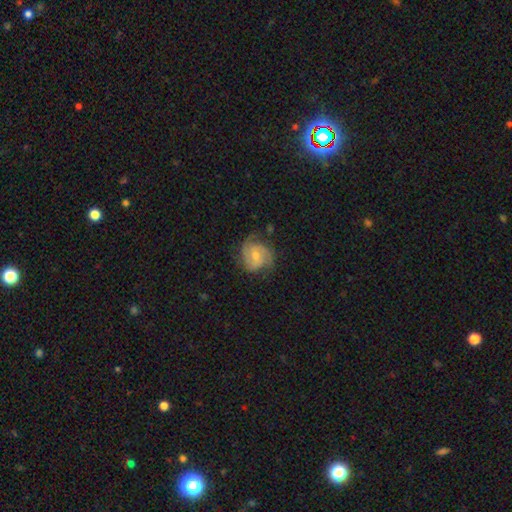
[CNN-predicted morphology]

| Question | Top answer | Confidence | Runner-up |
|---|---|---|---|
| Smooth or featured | featured or disk | 67% | smooth (26%) |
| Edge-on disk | no | 98% | yes (2%) |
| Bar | no | 47% | weak (44%) |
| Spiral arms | yes | 91% | no (9%) |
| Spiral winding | medium | 45% | tight (38%) |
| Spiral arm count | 2 | 49% | 3 (22%) |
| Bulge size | small | 47% | moderate (46%) |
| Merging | none | 64% | minor disturbance (24%) |